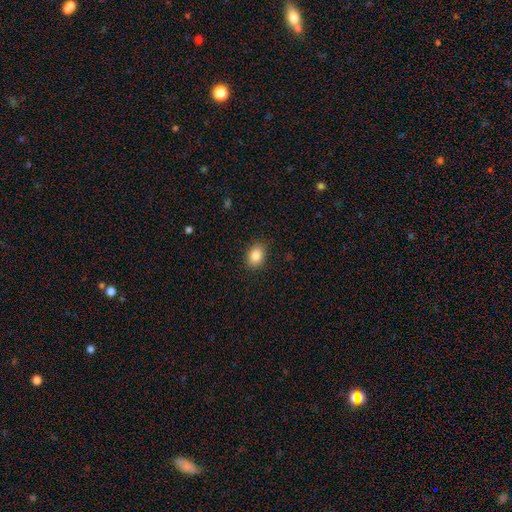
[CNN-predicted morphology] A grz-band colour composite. It shows a smooth galaxy with no disk features (86%) that is in between round and cigar-shaped (63%). Merging: none (88%).